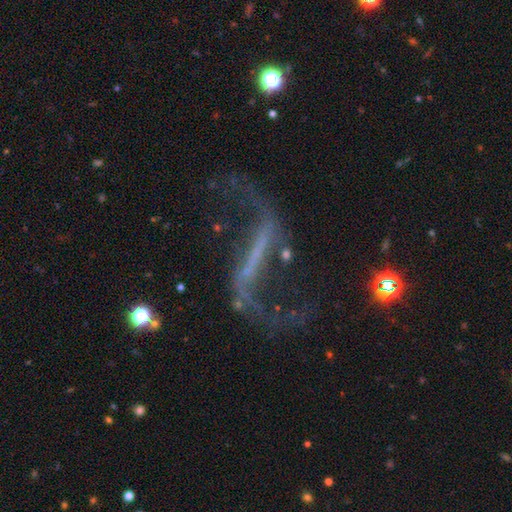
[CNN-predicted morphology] featured or disk 84%, star or artifact 10%, smooth 6%. Down the decision tree: edge-on disk — no (90%); bar — strong (68%); spiral arms — yes (88%); spiral arm count — 2 (92%); spiral winding — loose (91%); bulge size — none (68%); merging — none (64%).